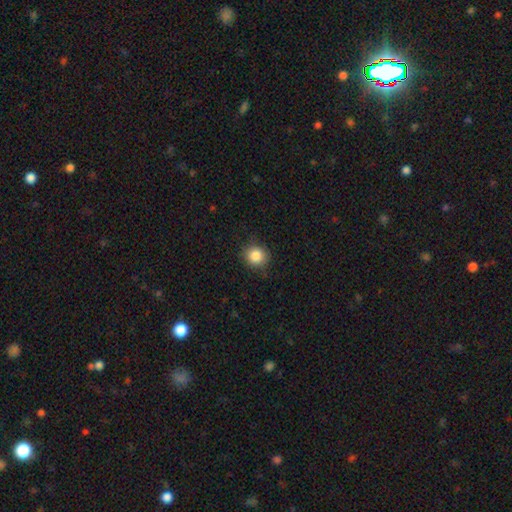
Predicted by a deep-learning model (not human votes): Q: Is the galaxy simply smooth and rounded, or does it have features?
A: smooth — 86%.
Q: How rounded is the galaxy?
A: round — 84%.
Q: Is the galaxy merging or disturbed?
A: none — 85%.